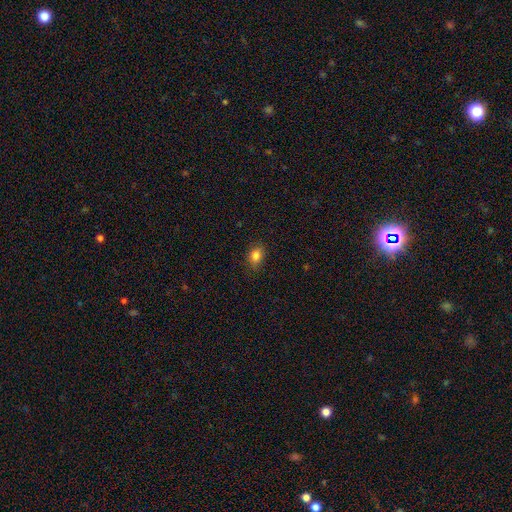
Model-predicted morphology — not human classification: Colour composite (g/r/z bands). It shows a smooth galaxy with no disk features (83%) that is in between round and cigar-shaped (69%). Merging: none (84%).